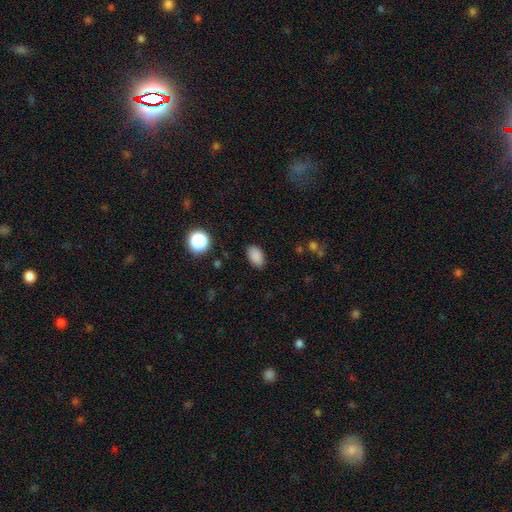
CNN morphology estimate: smooth 85%, star or artifact 11%, featured or disk 4%. Down the decision tree: how rounded — in between (89%); merging — none (85%).